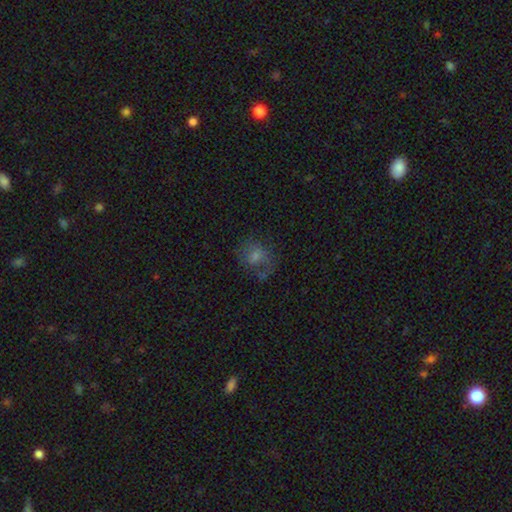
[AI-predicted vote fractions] smooth 50%, featured or disk 30%, star or artifact 20%. Down the decision tree: merging — none (55%).